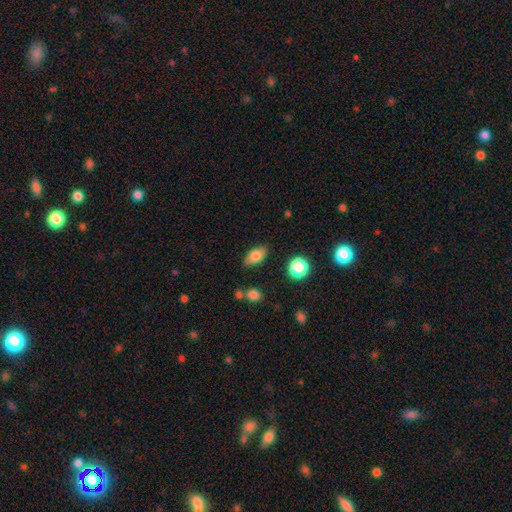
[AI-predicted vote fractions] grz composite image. It shows a smooth galaxy with no disk features (78%) that is in between round and cigar-shaped (86%). Merging: none (80%).